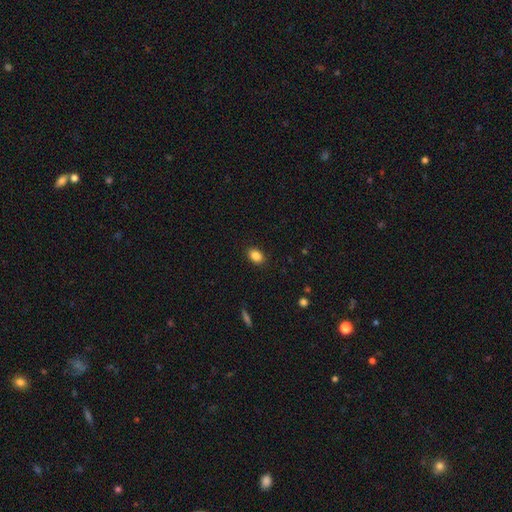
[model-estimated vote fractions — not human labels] Smooth or featured? smooth (87%)
How rounded? in between (79%)
Merging? none (89%)